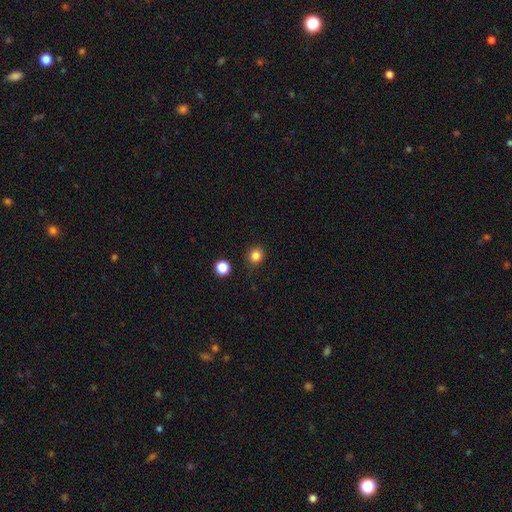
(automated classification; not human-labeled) Smooth or featured: smooth — 83% (star or artifact — 13%)
How rounded: round — 80% (in between — 19%)
Merging: none — 88% (minor disturbance — 8%)